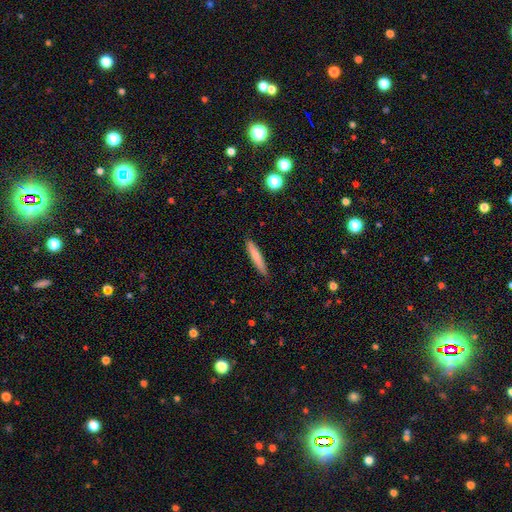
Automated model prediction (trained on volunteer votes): smooth 76%, featured or disk 18%, star or artifact 6%. Down the decision tree: how rounded — cigar-shaped (91%); merging — none (86%).